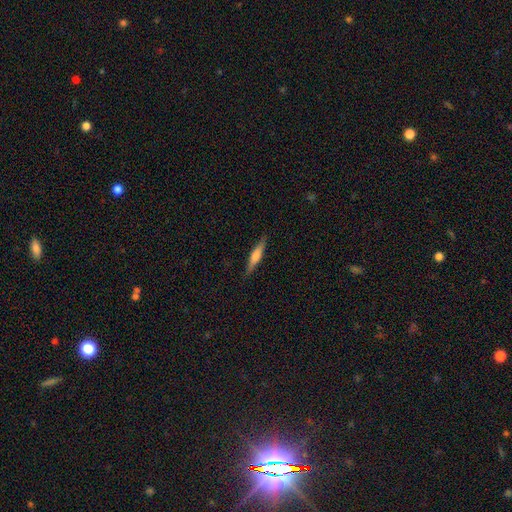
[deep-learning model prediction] Smooth or featured? smooth (53%)
How rounded? cigar-shaped (87%)
Merging? none (88%)